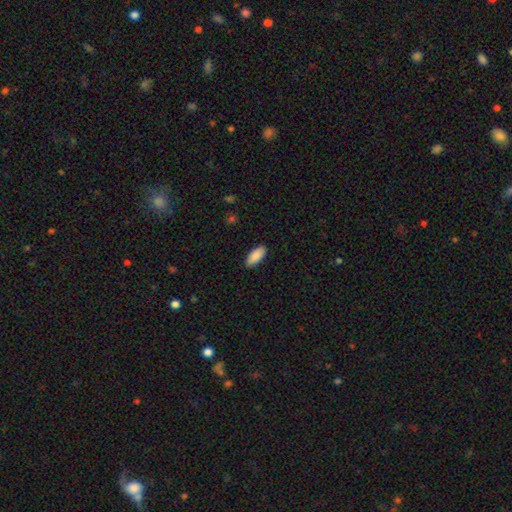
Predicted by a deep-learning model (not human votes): Q: Smooth or featured?
A: smooth (91%); runner-up: star or artifact (6%)
Q: How rounded?
A: in between (88%); runner-up: cigar-shaped (10%)
Q: Merging?
A: none (88%); runner-up: minor disturbance (9%)